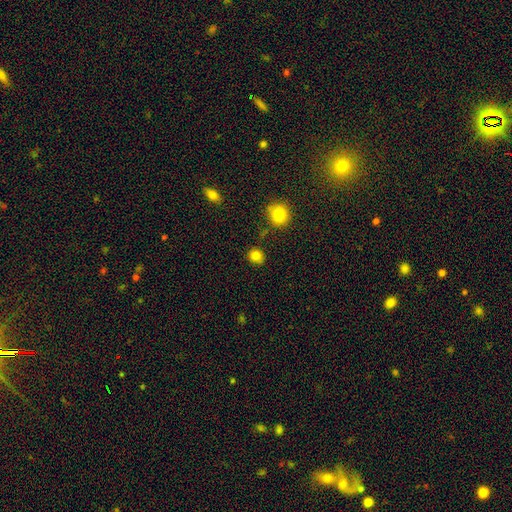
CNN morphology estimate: smooth-or-featured: smooth: 83% | star or artifact: 12% | featured or disk: 5%
  how-rounded: round: 82% | in between: 17% | cigar-shaped: 1%
  merging: none: 85% | minor disturbance: 10% | merger: 3% | major disturbance: 3%